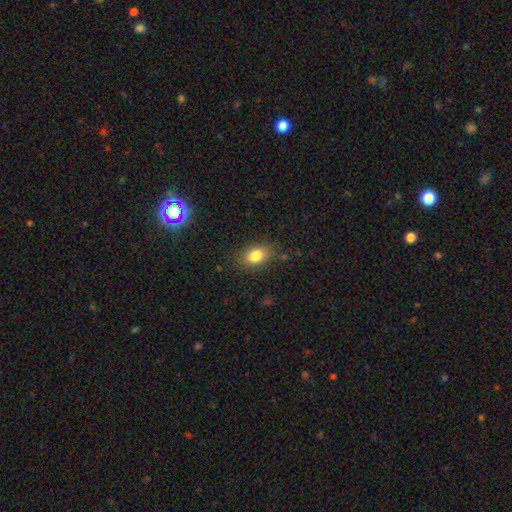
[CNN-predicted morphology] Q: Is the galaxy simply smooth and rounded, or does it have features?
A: smooth — 82%.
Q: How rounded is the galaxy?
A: in between — 78%.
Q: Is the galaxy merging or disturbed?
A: none — 81%.